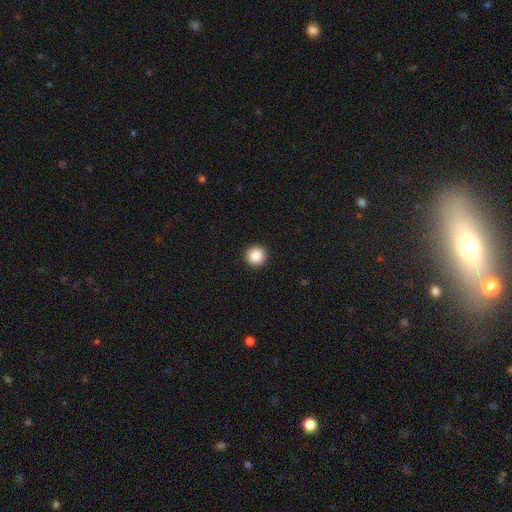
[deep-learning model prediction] smooth-or-featured: smooth: 88% | star or artifact: 9% | featured or disk: 3%
  how-rounded: round: 95% | in between: 4% | cigar-shaped: 1%
  merging: none: 93% | minor disturbance: 4% | major disturbance: 1% | merger: 1%